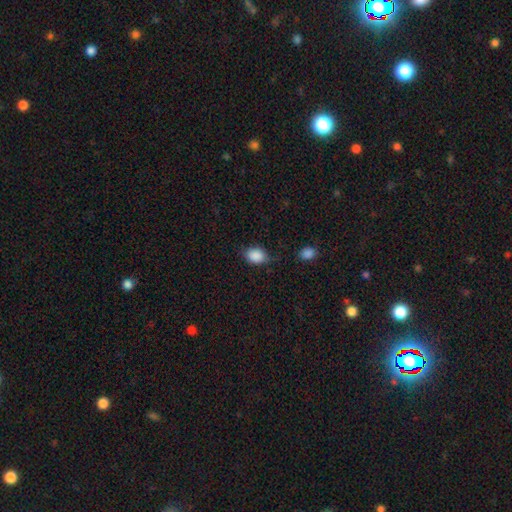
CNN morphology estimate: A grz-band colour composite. It shows a smooth galaxy with no disk features (87%) that is in between round and cigar-shaped (68%). Merging: none (67%).